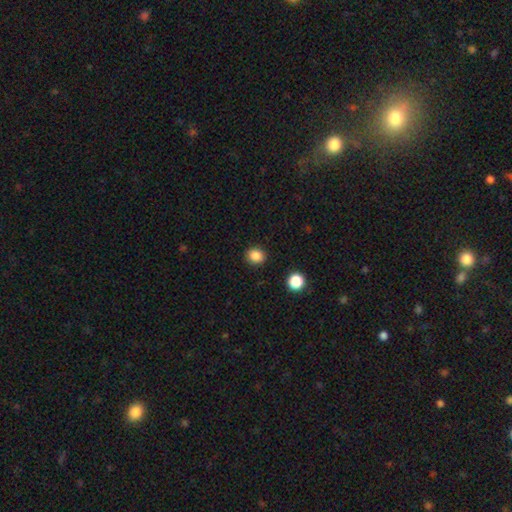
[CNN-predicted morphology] The model was most divided on "how rounded": round: 74%, in between: 25%, cigar-shaped: 1%. More confident: merging — none (90%); smooth or featured — smooth (86%).